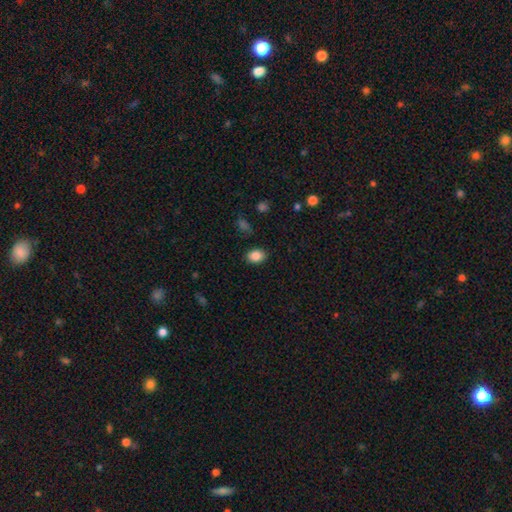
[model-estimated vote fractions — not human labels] Smooth or featured?
  - smooth: 86% *
  - star or artifact: 9%
  - featured or disk: 5%
How rounded?
  - in between: 71% *
  - round: 28%
  - cigar-shaped: 1%
Merging?
  - none: 87% *
  - minor disturbance: 9%
  - major disturbance: 2%
  - merger: 1%